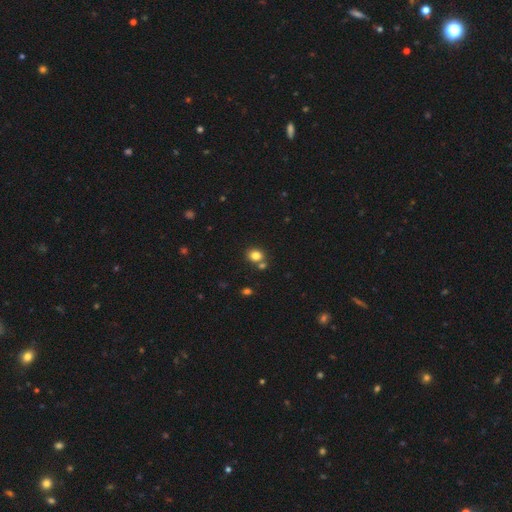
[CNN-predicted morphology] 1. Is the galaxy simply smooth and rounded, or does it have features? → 81% smooth, 12% star or artifact, 7% featured or disk.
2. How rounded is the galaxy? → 64% round, 35% in between, 1% cigar-shaped.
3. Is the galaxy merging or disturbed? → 67% none, 20% merger, 10% minor disturbance, 3% major disturbance.